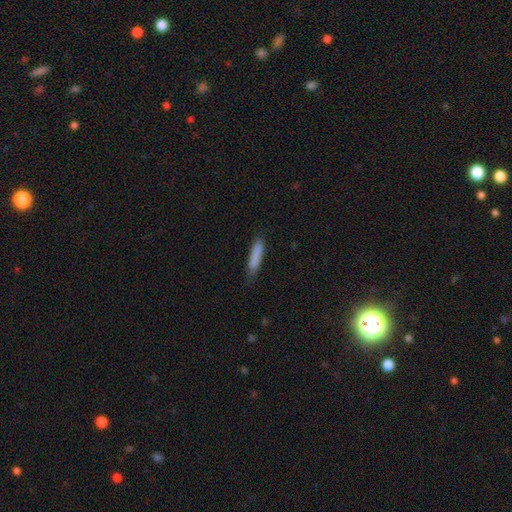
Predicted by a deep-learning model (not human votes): The model was most divided on "merging": none: 79%, minor disturbance: 17%, major disturbance: 3%, merger: 1%. More confident: how rounded — cigar-shaped (86%); smooth or featured — smooth (85%).